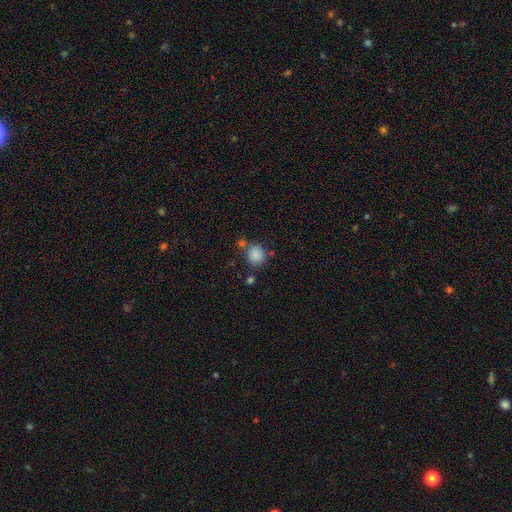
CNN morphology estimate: The model was most divided on "merging": none: 64%, merger: 17%, minor disturbance: 14%, major disturbance: 5%. More confident: smooth or featured — smooth (86%); how rounded — round (82%).